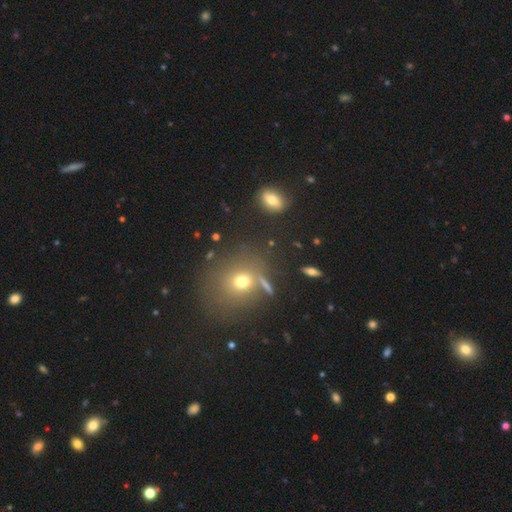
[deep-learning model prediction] This appears to be a smooth galaxy with no disk features (55%) that is round (68%). Merging: none (71%).